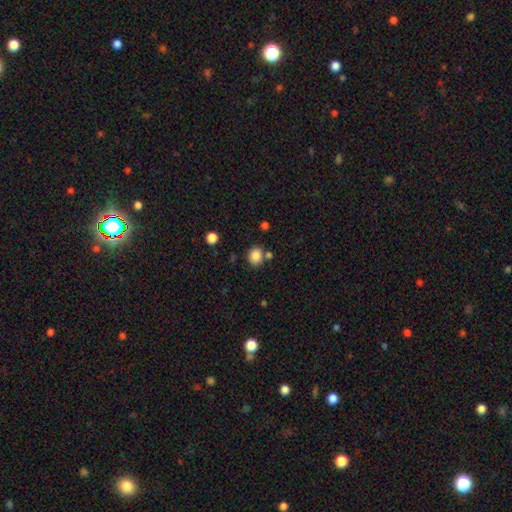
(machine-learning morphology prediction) A smooth galaxy with no disk features (85%) that is round (59%).

Vote fractions:
- Smooth or featured? smooth: 85% / star or artifact: 10% / featured or disk: 5%
- How rounded? round: 59% / in between: 40% / cigar-shaped: 1%
- Merging? none: 75% / merger: 11% / minor disturbance: 11% / major disturbance: 3%